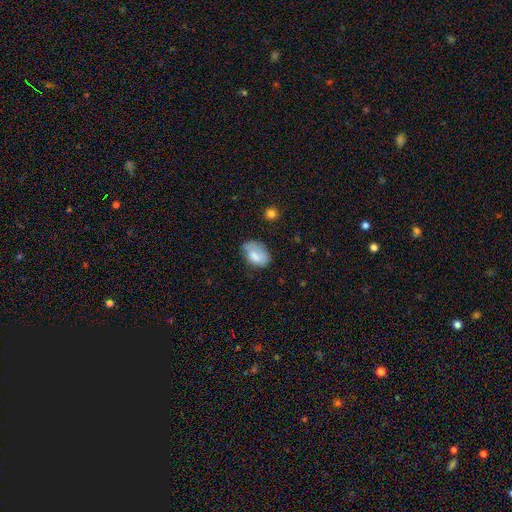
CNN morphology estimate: Smooth or featured? smooth (72%)
How rounded? in between (85%)
Merging? none (51%)